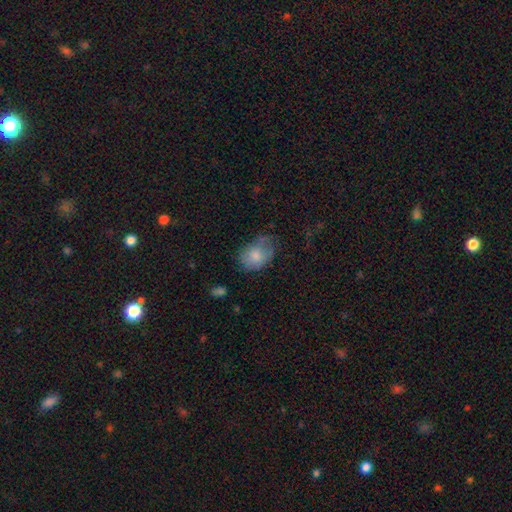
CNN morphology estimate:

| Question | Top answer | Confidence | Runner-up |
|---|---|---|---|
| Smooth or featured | smooth | 78% | featured or disk (14%) |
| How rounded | in between | 71% | round (28%) |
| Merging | none | 44% | minor disturbance (36%) |